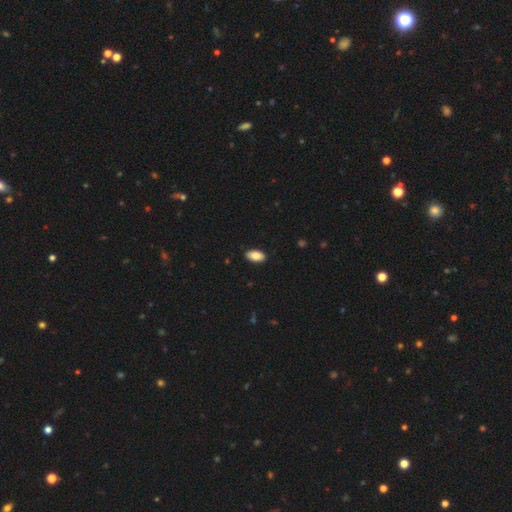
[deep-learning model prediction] Q: Smooth or featured?
A: smooth (87%); runner-up: star or artifact (7%)
Q: How rounded?
A: in between (94%); runner-up: round (3%)
Q: Merging?
A: none (89%); runner-up: minor disturbance (8%)